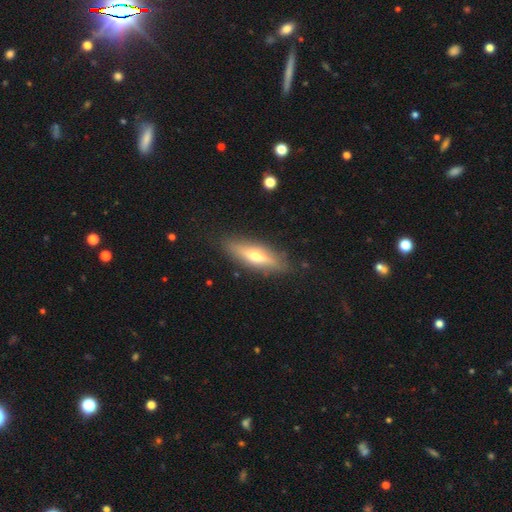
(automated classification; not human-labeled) The model was most divided on "smooth or featured": featured or disk: 50%, smooth: 43%, star or artifact: 6%. More confident: merging — none (86%); edge-on disk — yes (84%).